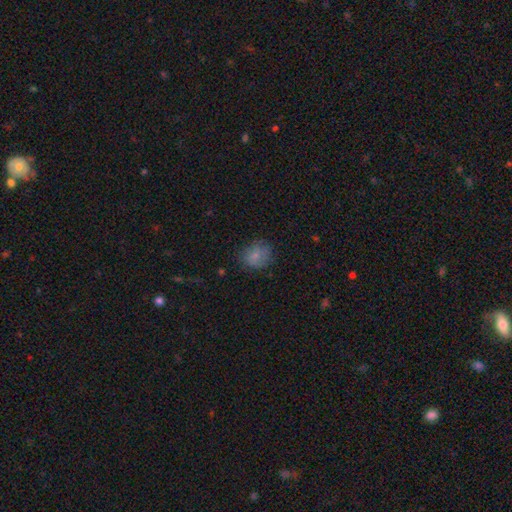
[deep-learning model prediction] Smooth or featured?
  - smooth: 75% *
  - featured or disk: 15%
  - star or artifact: 10%
How rounded?
  - round: 67% *
  - in between: 32%
  - cigar-shaped: 1%
Merging?
  - none: 68% *
  - minor disturbance: 22%
  - major disturbance: 8%
  - merger: 2%